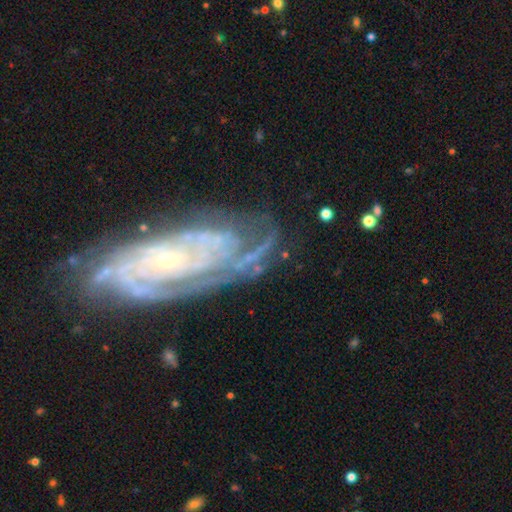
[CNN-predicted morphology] featured or disk 85%, smooth 7%, star or artifact 7%. Down the decision tree: edge-on disk — no (93%); bar — no (64%); spiral arms — yes (95%); spiral arm count — can't tell (31%); spiral winding — tight (68%); bulge size — small (77%); merging — none (62%).